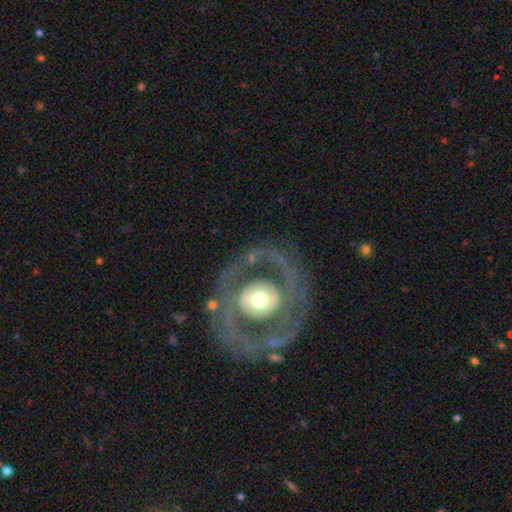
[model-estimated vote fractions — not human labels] Smooth or featured: featured or disk — 78% (smooth — 17%)
Edge-on disk: no — 96% (yes — 4%)
Bar: no — 74% (weak — 17%)
Spiral arms: yes — 55% (no — 45%)
Bulge size: moderate — 62% (large — 25%)
Merging: none — 76% (minor disturbance — 13%)